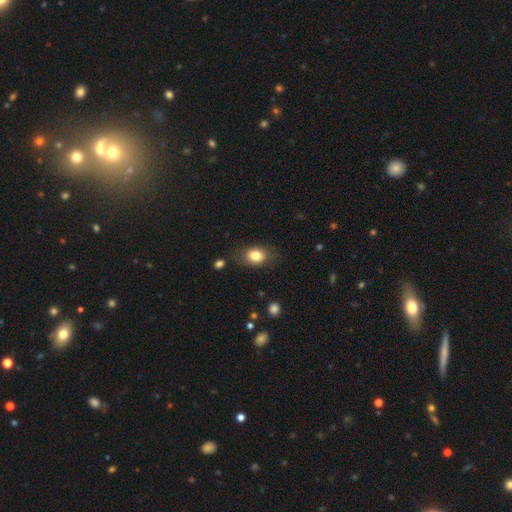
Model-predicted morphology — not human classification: This appears to be a smooth galaxy with no disk features (81%) that is in between round and cigar-shaped (64%). Merging: none (78%).